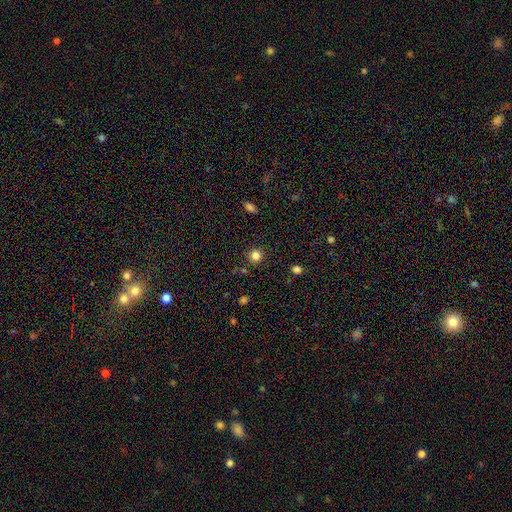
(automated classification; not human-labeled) A smooth galaxy with no disk features (82%) that is round (91%). Merging: none (88%).